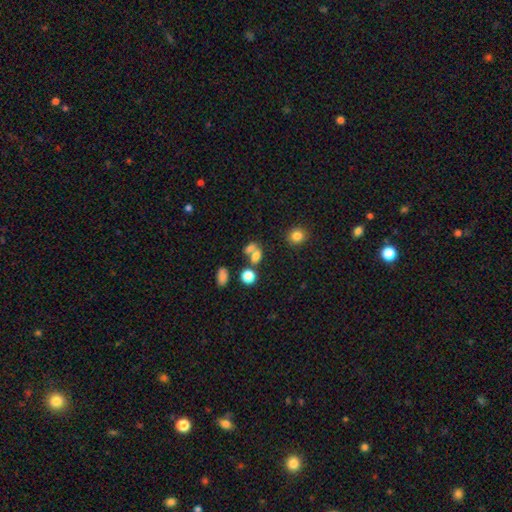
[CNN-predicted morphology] The model was most divided on "merging": merger: 47%, none: 36%, minor disturbance: 10%, major disturbance: 7%. More confident: smooth or featured — smooth (69%); how rounded — in between (59%).